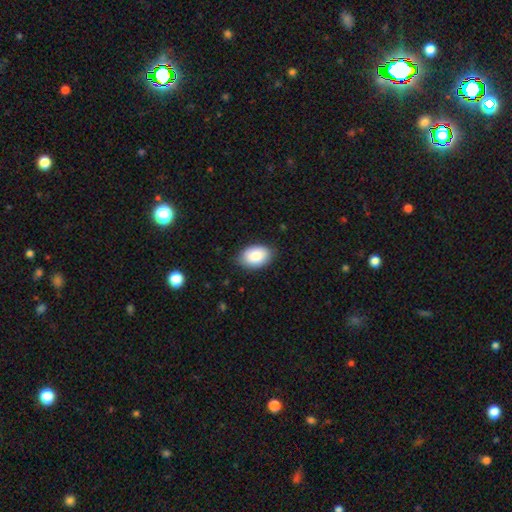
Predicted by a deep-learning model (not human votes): Smooth or featured?
  - smooth: 86% *
  - featured or disk: 7%
  - star or artifact: 6%
How rounded?
  - in between: 88% *
  - round: 11%
  - cigar-shaped: 1%
Merging?
  - none: 83% *
  - minor disturbance: 13%
  - major disturbance: 2%
  - merger: 1%